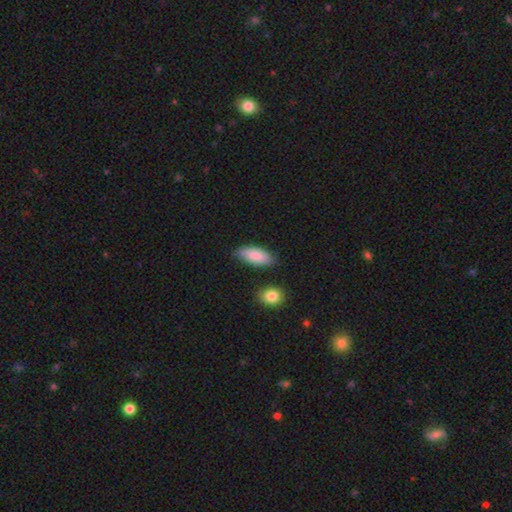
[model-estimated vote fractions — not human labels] Smooth or featured? Predicted: smooth (p=0.84). How rounded? Predicted: in between (p=0.86). Merging? Predicted: none (p=0.76).